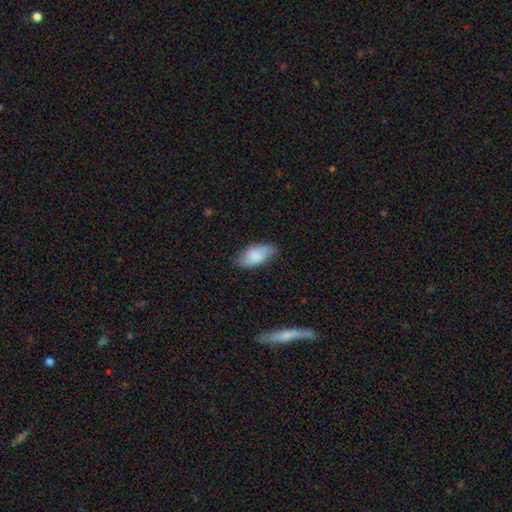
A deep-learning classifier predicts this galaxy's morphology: Smooth or featured? Predicted: smooth (p=0.80). How rounded? Predicted: in between (p=0.92). Merging? Predicted: none (p=0.75).